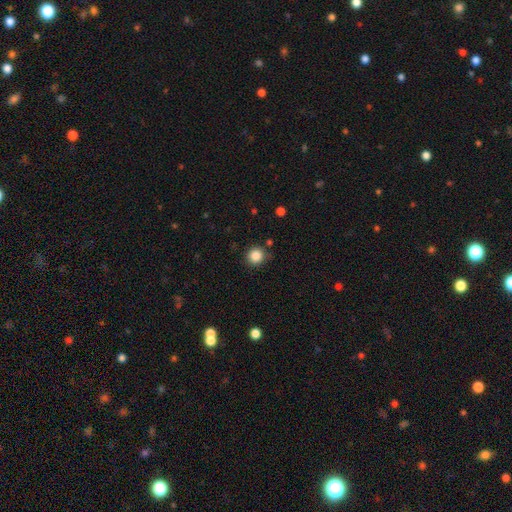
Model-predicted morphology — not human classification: This is clearly a smooth galaxy (85%). How rounded: clearly round (93%). Merging: clearly none (83%).